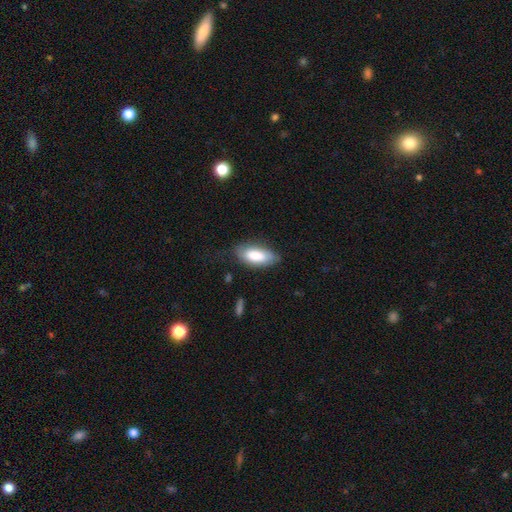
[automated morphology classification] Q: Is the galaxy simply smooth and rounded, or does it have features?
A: smooth — 82%.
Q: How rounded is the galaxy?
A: in between — 86%.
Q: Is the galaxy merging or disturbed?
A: none — 75%.